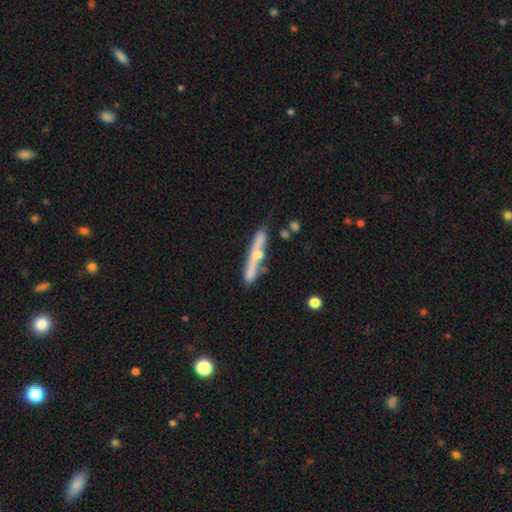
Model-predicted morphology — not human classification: The model was most divided on "smooth or featured": featured or disk: 54%, smooth: 39%, star or artifact: 7%. More confident: edge-on disk — yes (87%); merging — none (65%).